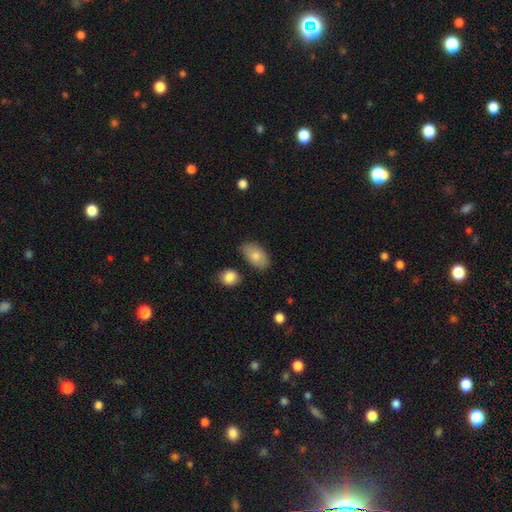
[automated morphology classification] type=smooth (79%); roundness=in between (90%); merging=none (72%).